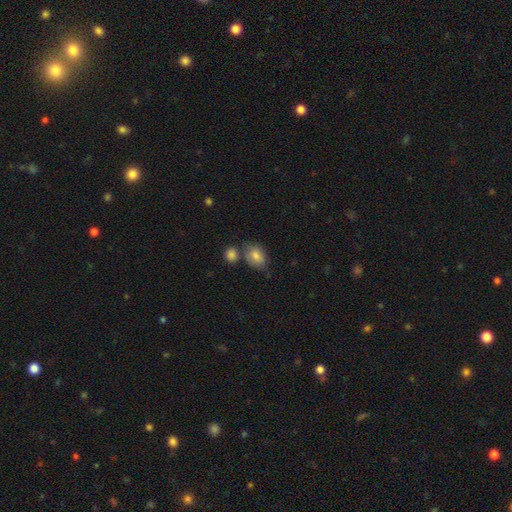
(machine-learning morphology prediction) Overall: smooth (81%). How rounded: in between (68%; round 31%). Merging: none (57%; merger 21%).